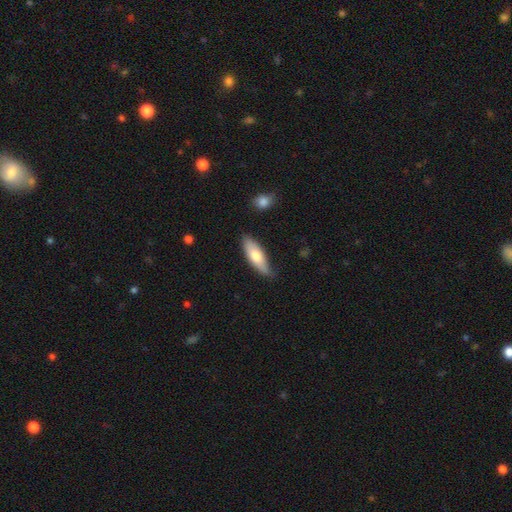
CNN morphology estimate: This is likely a smooth galaxy (69%). How rounded: likely in between (62%). Merging: likely none (75%).